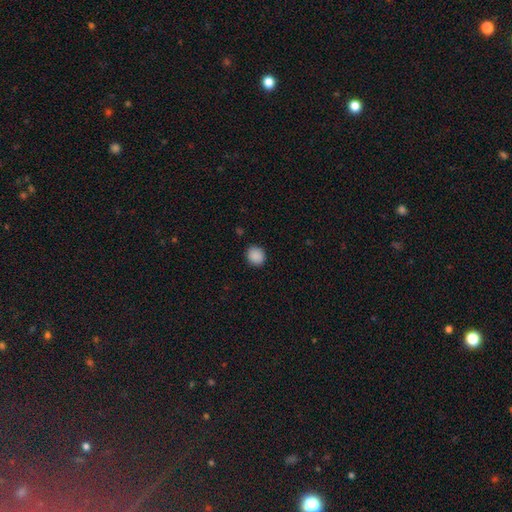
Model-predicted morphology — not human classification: Q: Smooth or featured?
A: smooth (89%); runner-up: star or artifact (9%)
Q: How rounded?
A: round (71%); runner-up: in between (28%)
Q: Merging?
A: none (88%); runner-up: minor disturbance (8%)